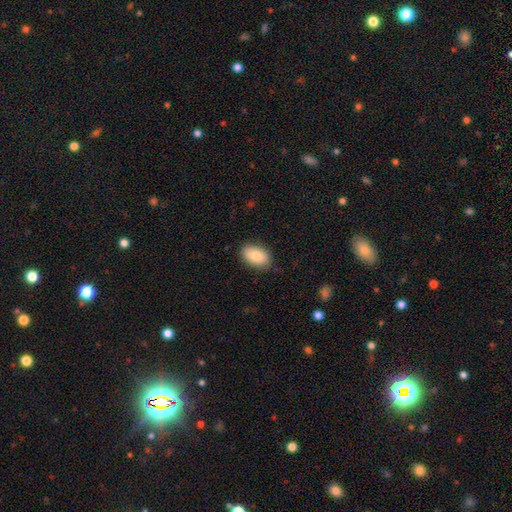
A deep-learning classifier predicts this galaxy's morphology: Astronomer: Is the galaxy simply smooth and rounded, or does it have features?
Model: smooth — 84%.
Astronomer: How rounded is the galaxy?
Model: in between — 92%.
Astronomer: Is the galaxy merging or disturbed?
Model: none — 84%.